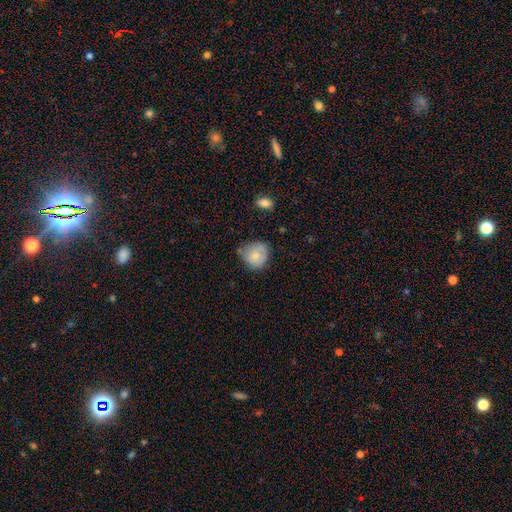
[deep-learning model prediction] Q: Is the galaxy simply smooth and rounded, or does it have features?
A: smooth — 76%.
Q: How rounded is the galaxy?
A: round — 79%.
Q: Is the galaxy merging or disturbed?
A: none — 55%.